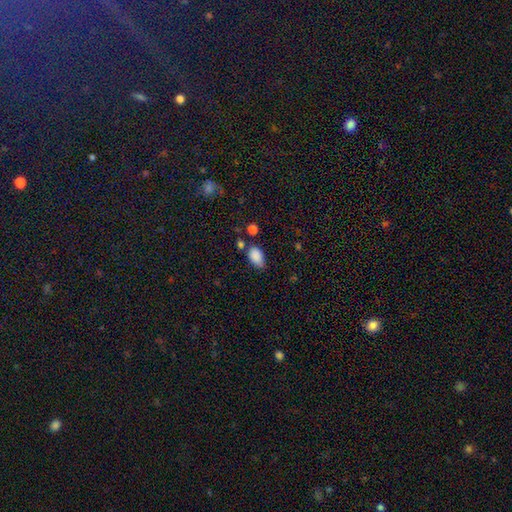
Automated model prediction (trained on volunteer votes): A smooth galaxy with no disk features (87%) that is in between round and cigar-shaped (91%).

Vote fractions:
- Smooth or featured? smooth: 87% / star or artifact: 8% / featured or disk: 5%
- How rounded? in between: 91% / round: 7% / cigar-shaped: 2%
- Merging? none: 59% / minor disturbance: 27% / merger: 9% / major disturbance: 6%